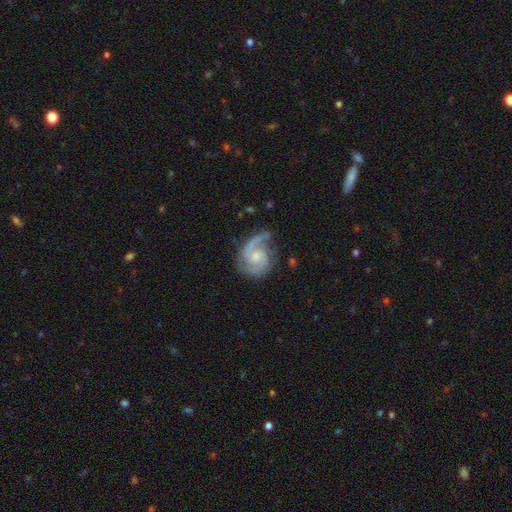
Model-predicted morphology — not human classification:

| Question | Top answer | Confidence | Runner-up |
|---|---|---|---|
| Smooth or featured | featured or disk | 85% | smooth (10%) |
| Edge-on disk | no | 98% | yes (2%) |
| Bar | no | 61% | weak (34%) |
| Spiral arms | yes | 97% | no (3%) |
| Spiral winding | medium | 47% | tight (36%) |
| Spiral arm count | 2 | 72% | 1 (13%) |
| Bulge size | small | 47% | moderate (39%) |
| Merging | none | 60% | minor disturbance (23%) |